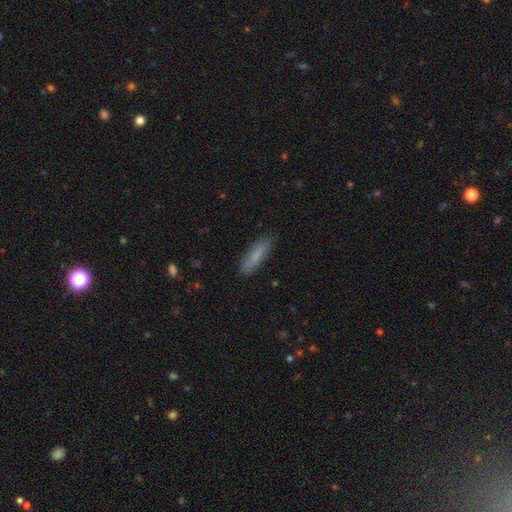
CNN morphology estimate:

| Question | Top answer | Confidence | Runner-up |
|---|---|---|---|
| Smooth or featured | smooth | 82% | featured or disk (11%) |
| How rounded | cigar-shaped | 66% | in between (33%) |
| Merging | none | 85% | minor disturbance (11%) |